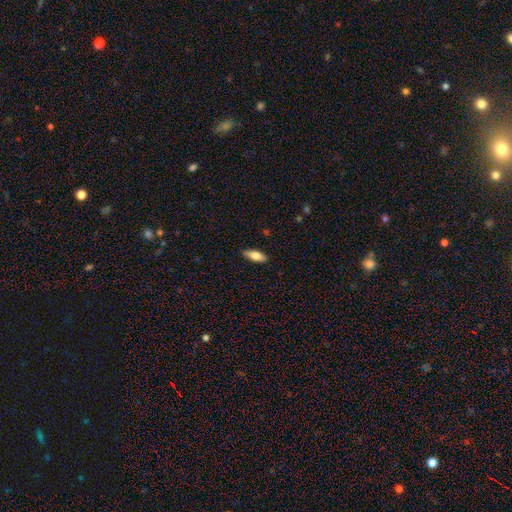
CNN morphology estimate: The model was most divided on "how rounded": in between: 70%, cigar-shaped: 28%, round: 2%. More confident: merging — none (88%); smooth or featured — smooth (76%).